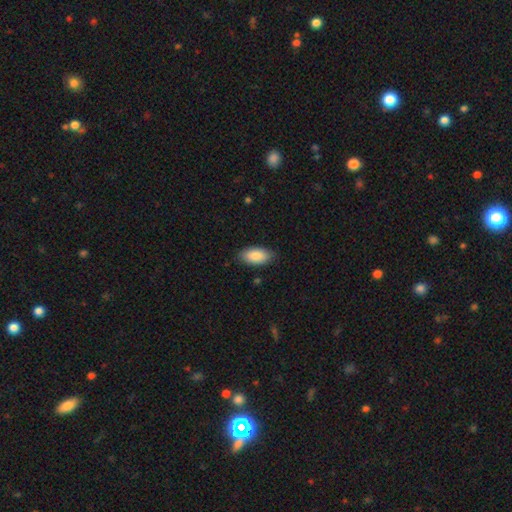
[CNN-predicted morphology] type=smooth (86%); roundness=in between (92%); merging=none (84%).